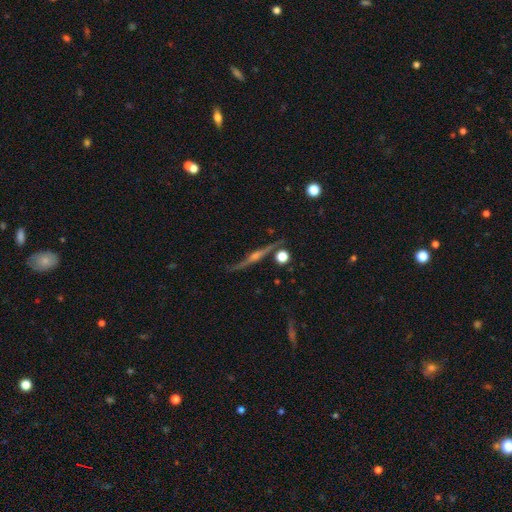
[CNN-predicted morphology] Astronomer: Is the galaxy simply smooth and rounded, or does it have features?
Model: featured or disk — 83%.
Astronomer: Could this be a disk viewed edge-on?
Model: yes — 93%.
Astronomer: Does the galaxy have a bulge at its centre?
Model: rounded — 84%.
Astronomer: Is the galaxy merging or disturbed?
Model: none — 80%.